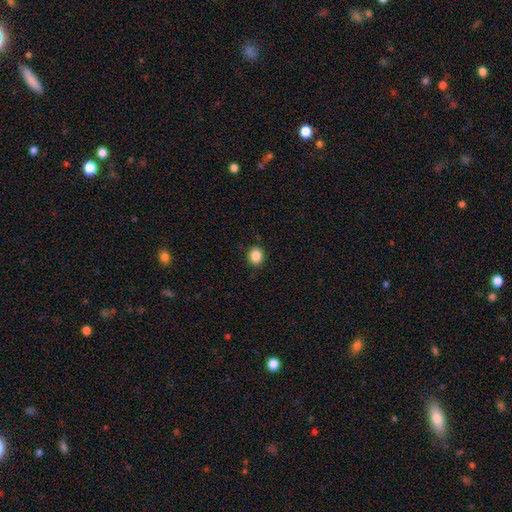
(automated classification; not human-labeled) smooth_or_featured: smooth (p=0.87) [alt: star or artifact p=0.10]
how_rounded: round (p=0.77) [alt: in between p=0.22]
merging: none (p=0.90) [alt: minor disturbance p=0.07]